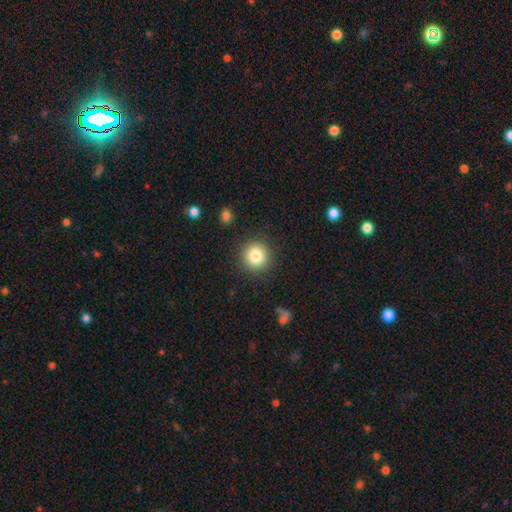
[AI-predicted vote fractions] A smooth galaxy with no disk features (82%) that is round (94%). Merging: none (89%).